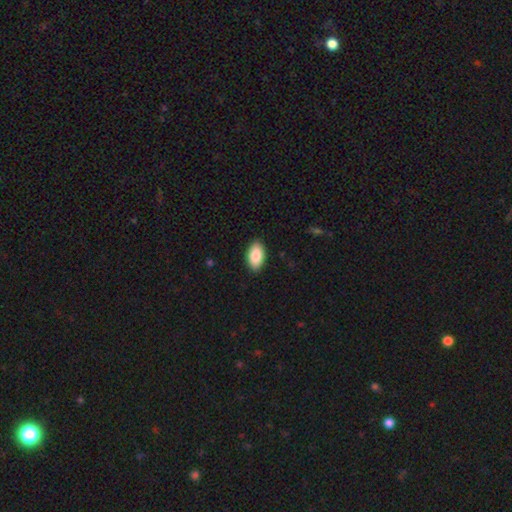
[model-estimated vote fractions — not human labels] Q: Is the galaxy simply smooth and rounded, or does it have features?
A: smooth — 87%.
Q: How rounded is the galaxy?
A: in between — 95%.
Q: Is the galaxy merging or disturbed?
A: none — 90%.